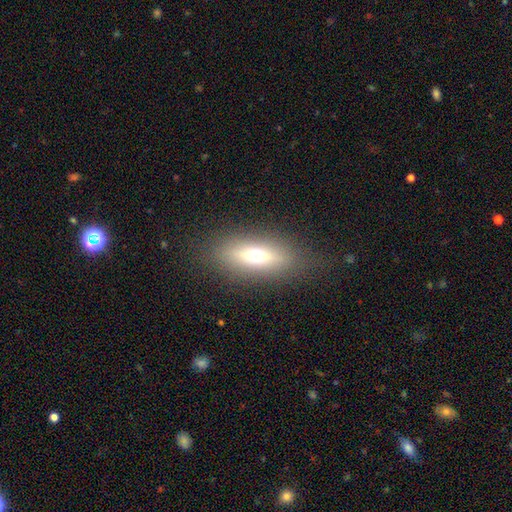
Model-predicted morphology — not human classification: Smooth or featured: smooth — 58% (featured or disk — 31%)
How rounded: in between — 64% (cigar-shaped — 30%)
Merging: none — 82% (minor disturbance — 11%)